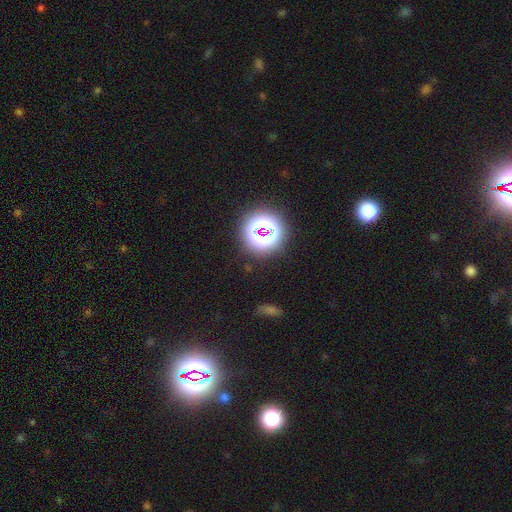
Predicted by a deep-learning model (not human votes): smooth_or_featured: star or artifact (p=0.76) [alt: smooth p=0.17]